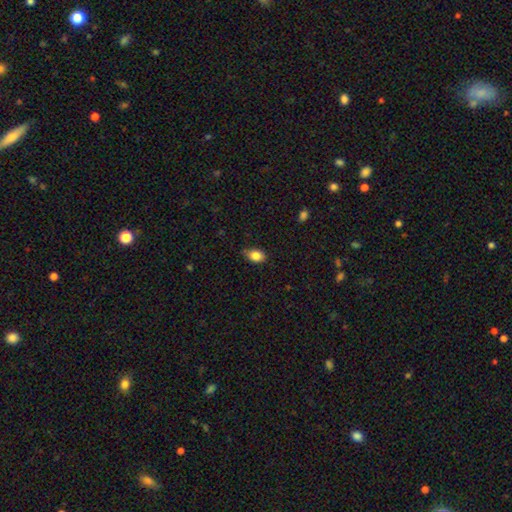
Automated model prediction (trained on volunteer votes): Q: Smooth or featured?
A: smooth (85%); runner-up: star or artifact (9%)
Q: How rounded?
A: in between (81%); runner-up: round (18%)
Q: Merging?
A: none (76%); runner-up: minor disturbance (20%)